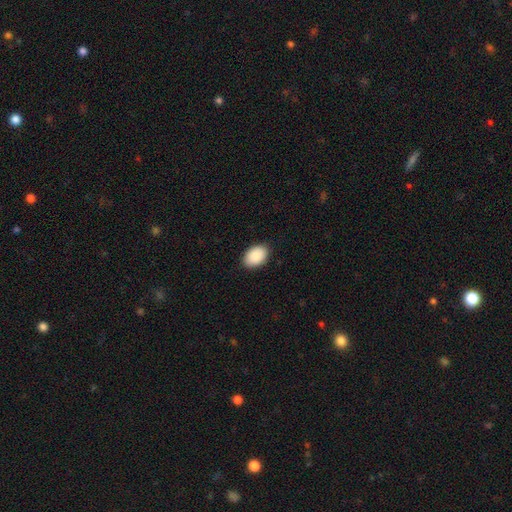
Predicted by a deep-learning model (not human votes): smooth_or_featured: smooth (p=0.91) [alt: star or artifact p=0.06]
how_rounded: in between (p=0.87) [alt: round p=0.12]
merging: none (p=0.89) [alt: minor disturbance p=0.08]